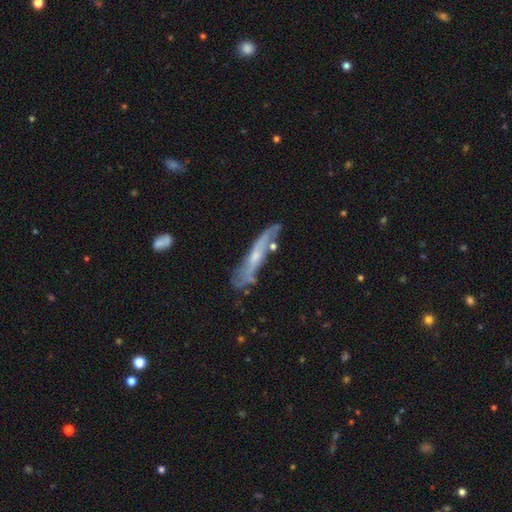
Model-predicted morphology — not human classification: Smooth or featured: featured or disk — 66% (smooth — 27%)
Edge-on disk: yes — 63% (no — 37%)
Merging: none — 58% (minor disturbance — 26%)